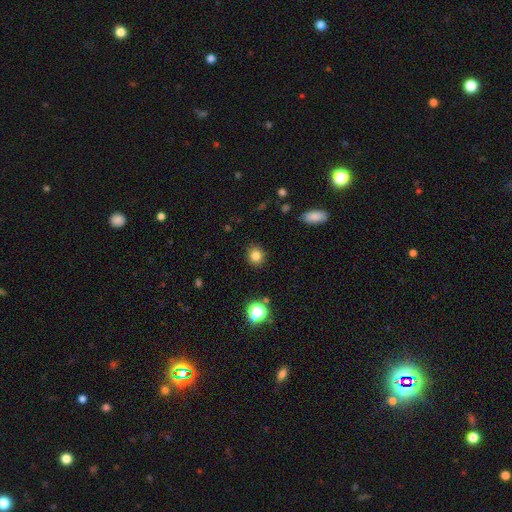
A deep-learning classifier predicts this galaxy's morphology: smooth 81%, star or artifact 13%, featured or disk 6%. Down the decision tree: how rounded — round (82%); merging — none (90%).